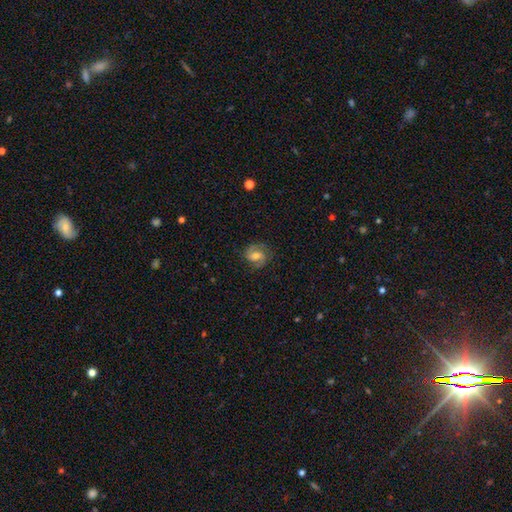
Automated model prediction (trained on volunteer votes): This appears to be a featured or disk galaxy (71%) with a weak bar (49%), 2 (84%) medium (50%) spiral arms (93%) and a moderate central bulge (60%). Merging: none (76%).